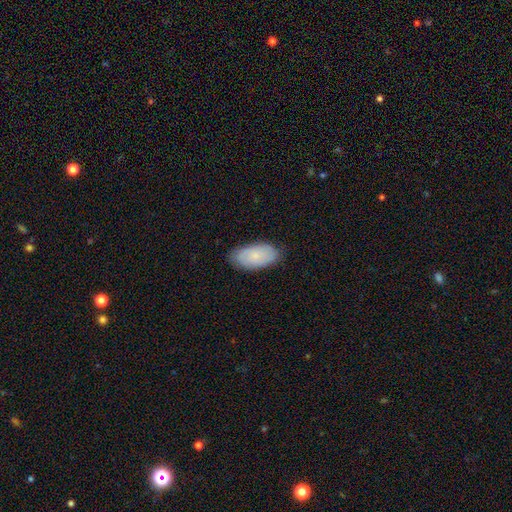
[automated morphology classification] Smooth or featured?
  - smooth: 70% *
  - featured or disk: 23%
  - star or artifact: 6%
How rounded?
  - in between: 94% *
  - cigar-shaped: 3%
  - round: 3%
Merging?
  - none: 81% *
  - minor disturbance: 15%
  - major disturbance: 3%
  - merger: 1%